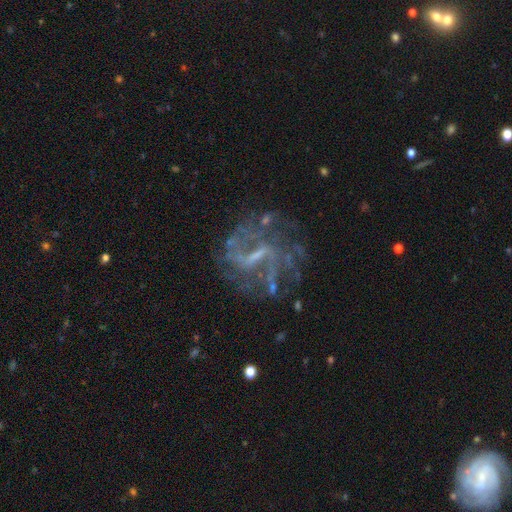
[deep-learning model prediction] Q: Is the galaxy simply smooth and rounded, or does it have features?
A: featured or disk — 80%.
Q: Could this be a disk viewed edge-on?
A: no — 97%.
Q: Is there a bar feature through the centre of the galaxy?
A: weak — 49%.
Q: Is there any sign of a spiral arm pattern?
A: yes — 79%.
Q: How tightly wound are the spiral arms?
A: medium — 42%.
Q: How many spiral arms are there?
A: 2 — 36%.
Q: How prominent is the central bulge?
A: small — 44%.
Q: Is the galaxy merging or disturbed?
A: none — 61%.